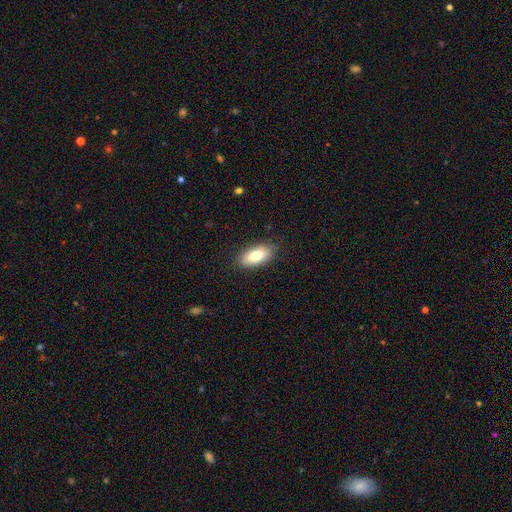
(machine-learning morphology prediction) A smooth galaxy with no disk features (78%) that is in between round and cigar-shaped (89%).

Vote fractions:
- Smooth or featured? smooth: 78% / featured or disk: 15% / star or artifact: 7%
- How rounded? in between: 89% / cigar-shaped: 7% / round: 4%
- Merging? none: 87% / minor disturbance: 10% / major disturbance: 2% / merger: 1%